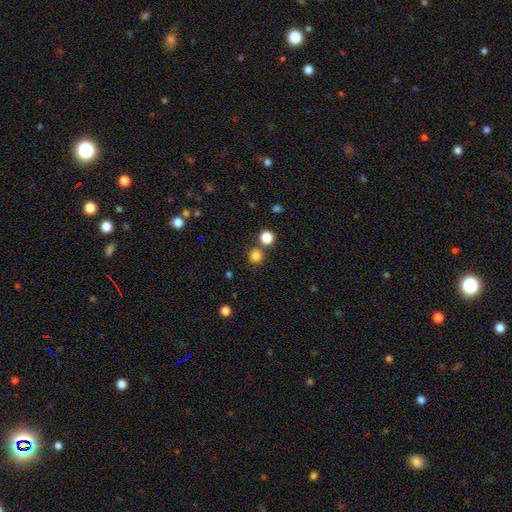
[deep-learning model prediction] smooth 82%, star or artifact 14%, featured or disk 4%. Down the decision tree: how rounded — round (93%); merging — none (76%).